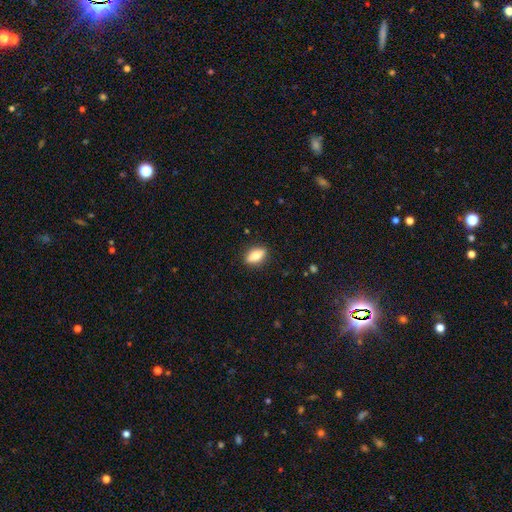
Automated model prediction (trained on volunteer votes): A smooth galaxy with no disk features (73%) that is in between round and cigar-shaped (78%).

Vote fractions:
- Smooth or featured? smooth: 73% / featured or disk: 20% / star or artifact: 7%
- How rounded? in between: 78% / cigar-shaped: 15% / round: 7%
- Merging? none: 87% / minor disturbance: 10% / major disturbance: 2% / merger: 1%